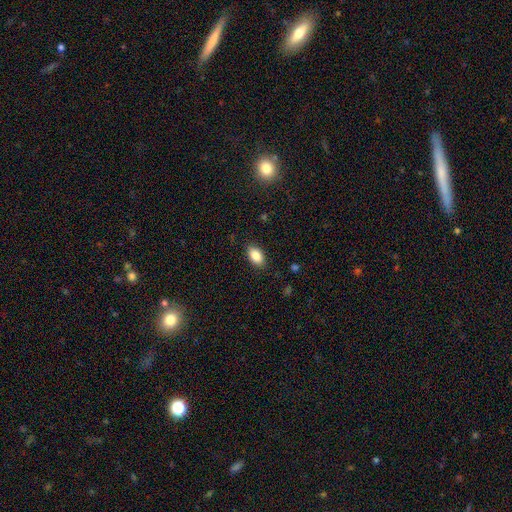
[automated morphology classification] Q: Smooth or featured?
A: smooth (86%); runner-up: star or artifact (8%)
Q: How rounded?
A: in between (92%); runner-up: round (6%)
Q: Merging?
A: none (86%); runner-up: minor disturbance (10%)